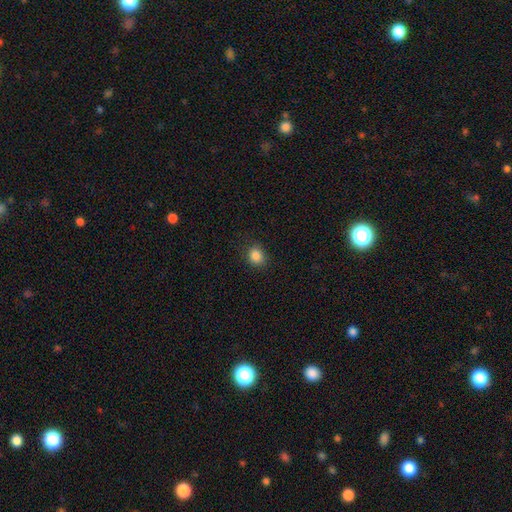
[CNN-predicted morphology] Smooth or featured? smooth (85%)
How rounded? round (61%)
Merging? none (86%)